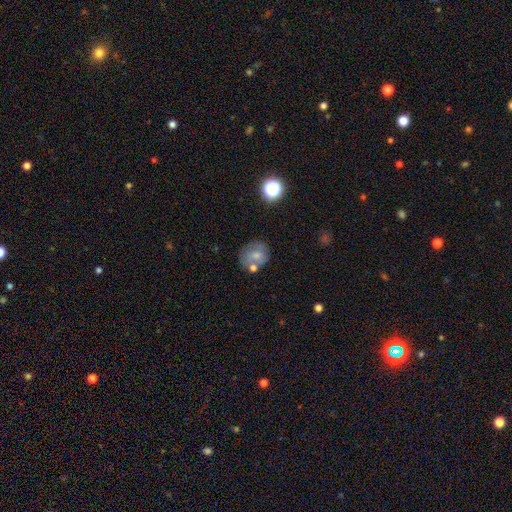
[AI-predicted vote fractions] Overall: smooth (59%; featured or disk 30%). How rounded: round (73%). Merging: none (60%).